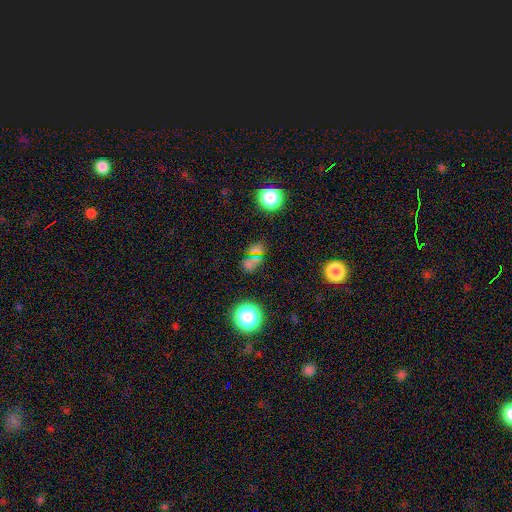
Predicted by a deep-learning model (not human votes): smooth-or-featured: smooth: 51% | star or artifact: 38% | featured or disk: 11%
  how-rounded: round: 49% | in between: 45% | cigar-shaped: 6%
  merging: none: 54% | merger: 25% | minor disturbance: 12% | major disturbance: 9%